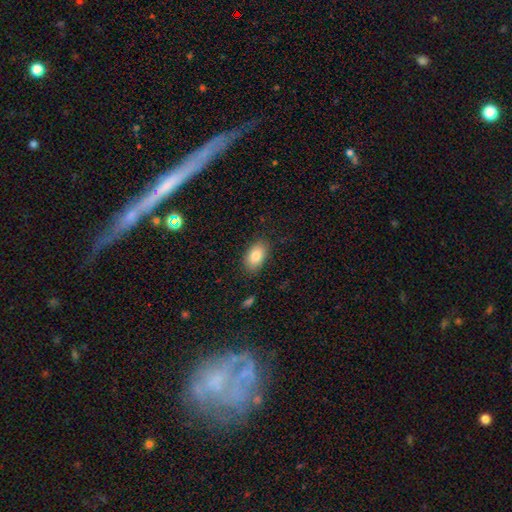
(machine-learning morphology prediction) A smooth galaxy with no disk features (85%) that is in between round and cigar-shaped (92%). Merging: none (84%).